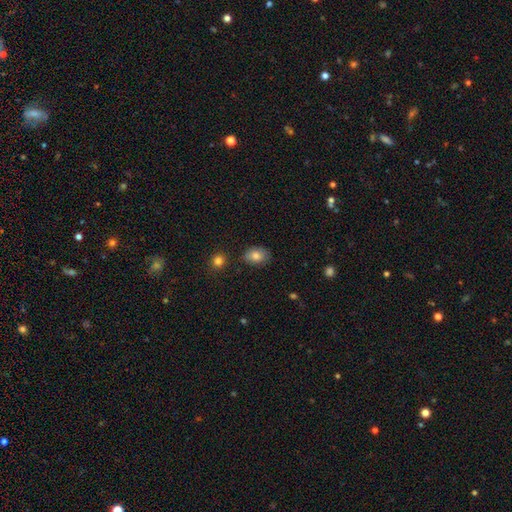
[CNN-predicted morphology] A smooth galaxy with no disk features (81%) that is in between round and cigar-shaped (75%). Merging: none (78%).